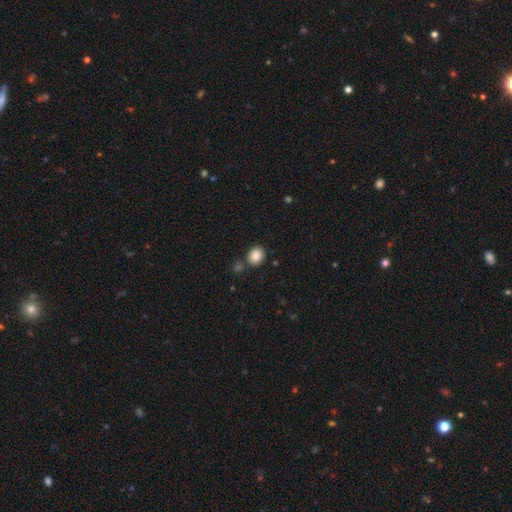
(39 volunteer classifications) Volunteers were most divided on "how rounded": round: 56%, in between: 44%, cigar-shaped: 0%. More confident: smooth or featured — smooth (82%); merging — none (77%).